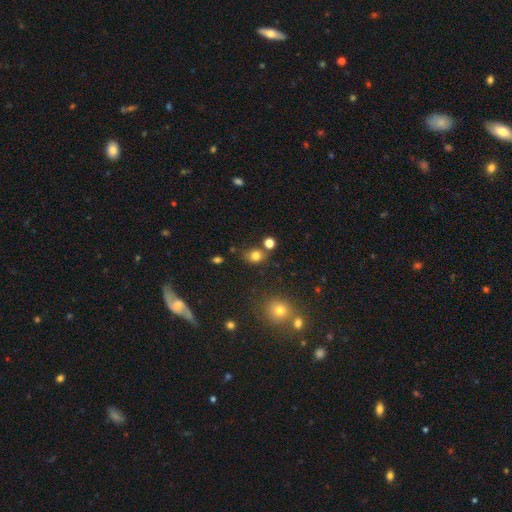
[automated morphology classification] Smooth or featured?
  - smooth: 79% *
  - star or artifact: 15%
  - featured or disk: 6%
How rounded?
  - round: 63% *
  - in between: 36%
  - cigar-shaped: 1%
Merging?
  - none: 73% *
  - minor disturbance: 13%
  - merger: 10%
  - major disturbance: 4%